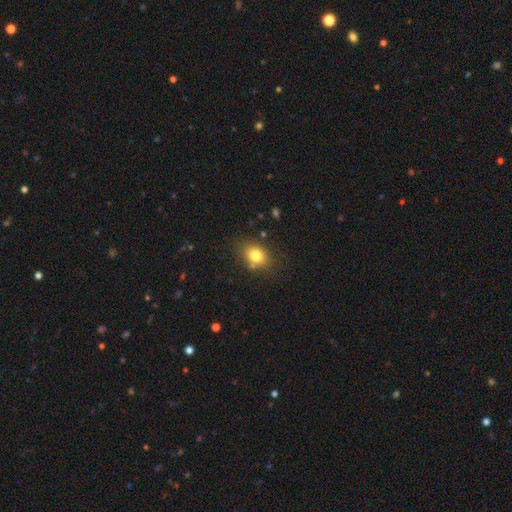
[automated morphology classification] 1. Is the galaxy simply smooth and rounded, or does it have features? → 79% smooth, 11% star or artifact, 10% featured or disk.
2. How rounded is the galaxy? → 64% in between, 34% round, 1% cigar-shaped.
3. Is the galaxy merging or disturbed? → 77% none, 14% minor disturbance, 5% merger, 4% major disturbance.